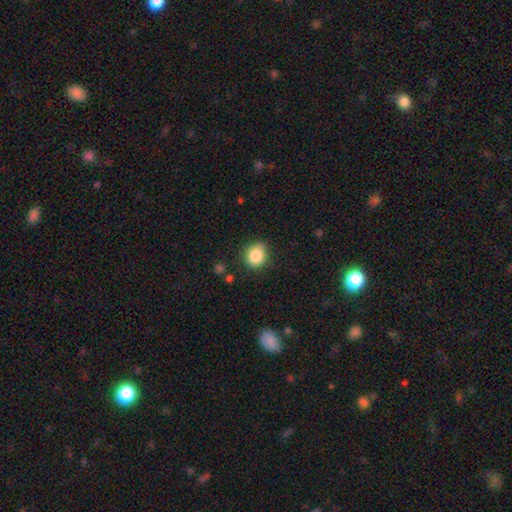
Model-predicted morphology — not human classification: Smooth or featured: smooth — 85% (star or artifact — 10%)
How rounded: round — 81% (in between — 18%)
Merging: none — 79% (minor disturbance — 15%)